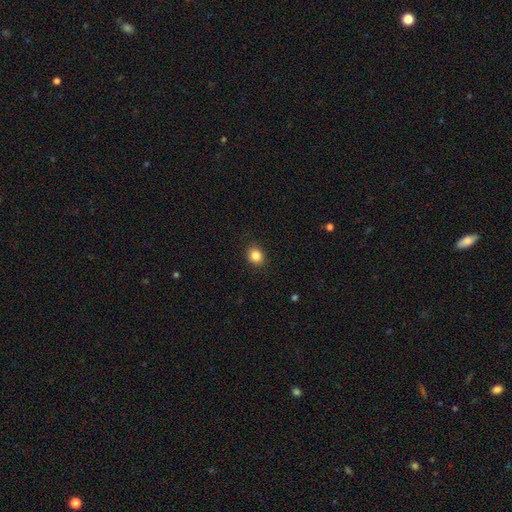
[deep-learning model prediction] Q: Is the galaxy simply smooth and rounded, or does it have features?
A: smooth — 85%.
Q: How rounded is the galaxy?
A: round — 71%.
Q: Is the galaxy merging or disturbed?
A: none — 87%.